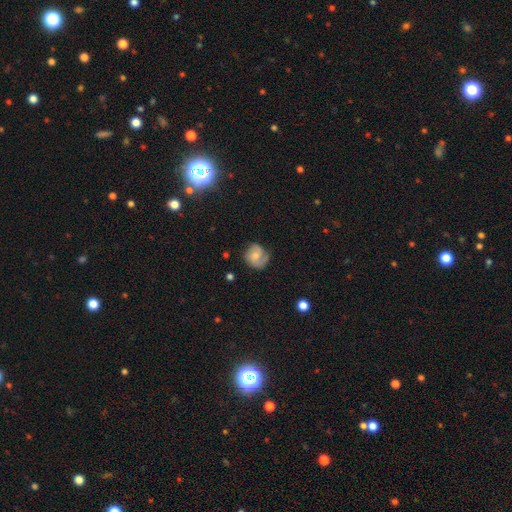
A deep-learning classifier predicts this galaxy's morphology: A featured or disk galaxy (47%). Merging: none (62%).